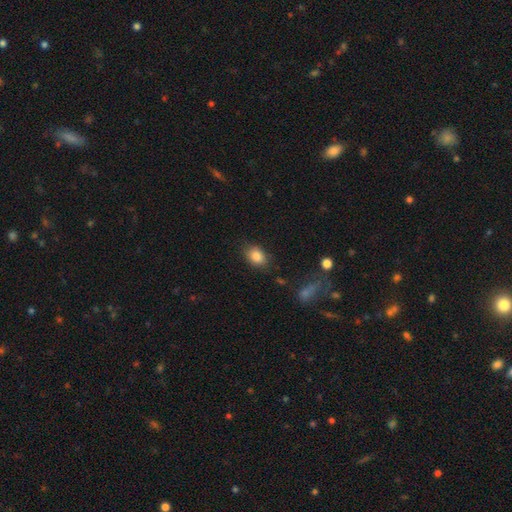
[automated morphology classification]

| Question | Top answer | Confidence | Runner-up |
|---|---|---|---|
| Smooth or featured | smooth | 86% | star or artifact (8%) |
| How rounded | in between | 77% | round (22%) |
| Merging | none | 81% | minor disturbance (13%) |